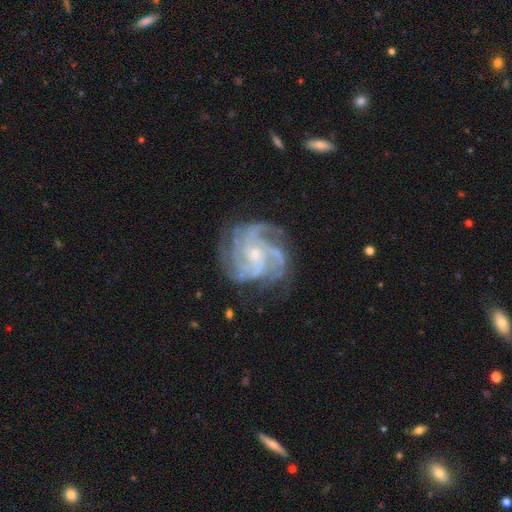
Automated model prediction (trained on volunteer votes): This is clearly a featured or disk galaxy (90%). It is clearly not viewed edge-on (98%). Bar: likely no (61%). Spiral arm pattern: clearly yes (98%). Spiral arm count: marginally 4 (41%). Spiral winding: possibly tight (57%). Central bulge: likely small (69%). Merging: likely none (73%).